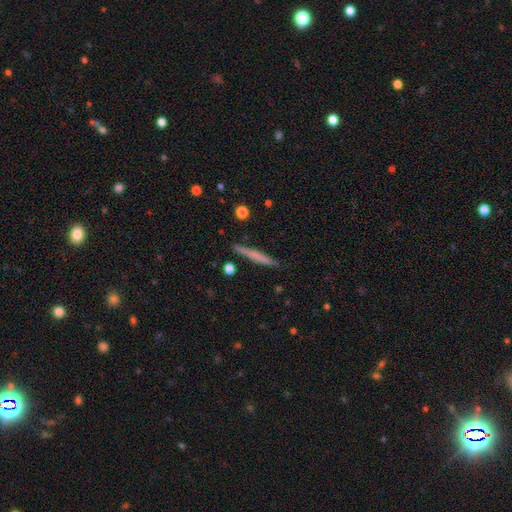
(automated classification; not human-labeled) This appears to be a smooth galaxy with no disk features (52%) that is cigar-shaped (95%). Merging: none (89%).